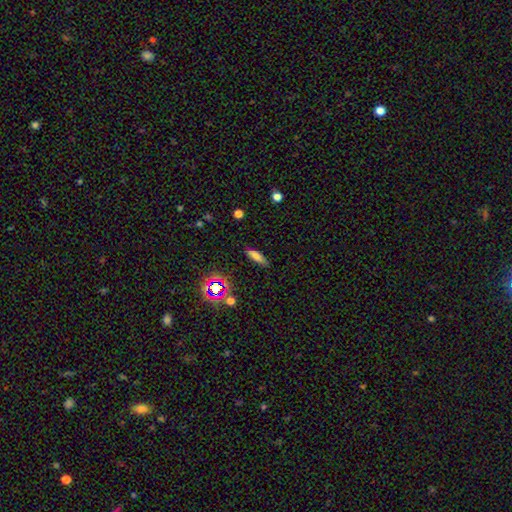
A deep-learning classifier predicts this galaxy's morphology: Overall: smooth (70%). How rounded: cigar-shaped (50%; in between 47%). Merging: none (84%).